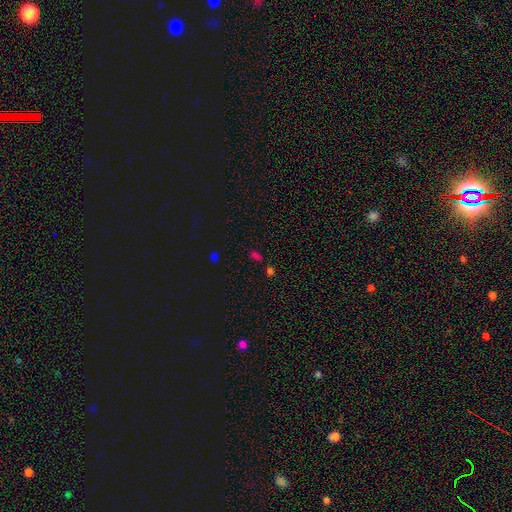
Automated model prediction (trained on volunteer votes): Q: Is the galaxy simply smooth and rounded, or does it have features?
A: smooth — 52%.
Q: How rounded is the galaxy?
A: in between — 78%.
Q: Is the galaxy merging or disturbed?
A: none — 66%.